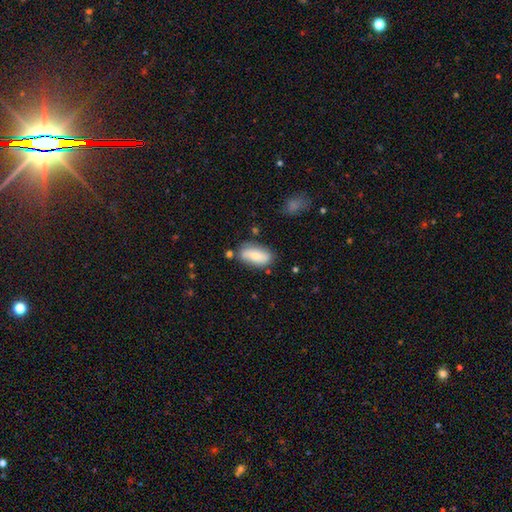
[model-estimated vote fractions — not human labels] Smooth or featured: smooth — 73% (featured or disk — 20%)
How rounded: in between — 87% (cigar-shaped — 10%)
Merging: none — 74% (minor disturbance — 17%)